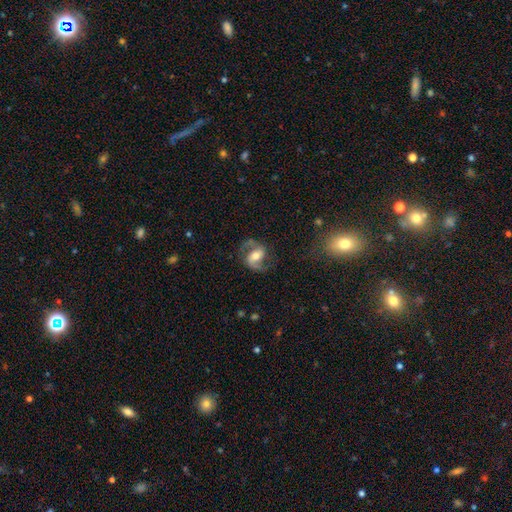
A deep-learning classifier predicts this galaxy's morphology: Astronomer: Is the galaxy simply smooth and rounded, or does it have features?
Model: featured or disk — 86%.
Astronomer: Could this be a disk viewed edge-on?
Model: no — 97%.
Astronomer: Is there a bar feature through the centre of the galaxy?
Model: weak — 42% (runner-up: strong, 30%).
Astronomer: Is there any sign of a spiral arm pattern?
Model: yes — 96%.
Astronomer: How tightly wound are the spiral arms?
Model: medium — 53% (runner-up: loose, 33%).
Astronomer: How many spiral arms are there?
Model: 2 — 93%.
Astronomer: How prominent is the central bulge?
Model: moderate — 68%.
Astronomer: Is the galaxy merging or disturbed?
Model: none — 77%.